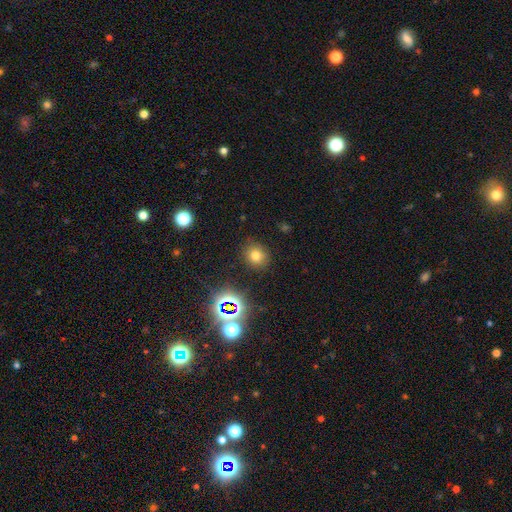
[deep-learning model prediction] Overall: smooth (70%). How rounded: round (78%). Merging: none (86%).